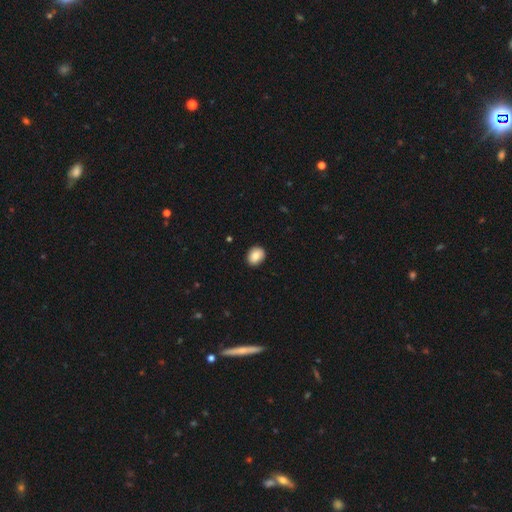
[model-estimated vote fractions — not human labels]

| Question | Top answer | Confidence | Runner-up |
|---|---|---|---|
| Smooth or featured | smooth | 86% | star or artifact (8%) |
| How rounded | round | 52% | in between (47%) |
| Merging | none | 88% | minor disturbance (9%) |